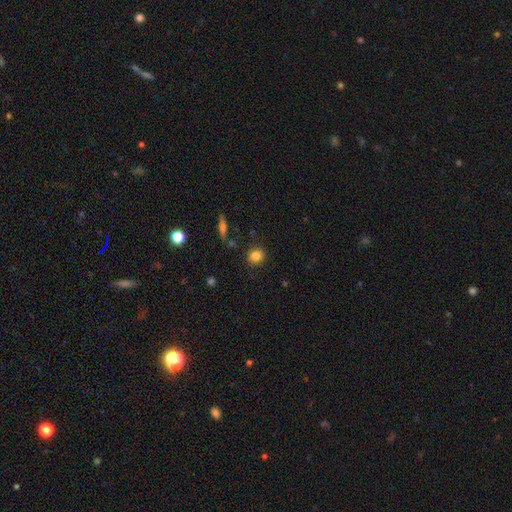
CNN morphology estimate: smooth-or-featured: smooth: 83% | star or artifact: 10% | featured or disk: 6%
  how-rounded: round: 87% | in between: 11% | cigar-shaped: 1%
  merging: none: 87% | minor disturbance: 8% | major disturbance: 2% | merger: 2%